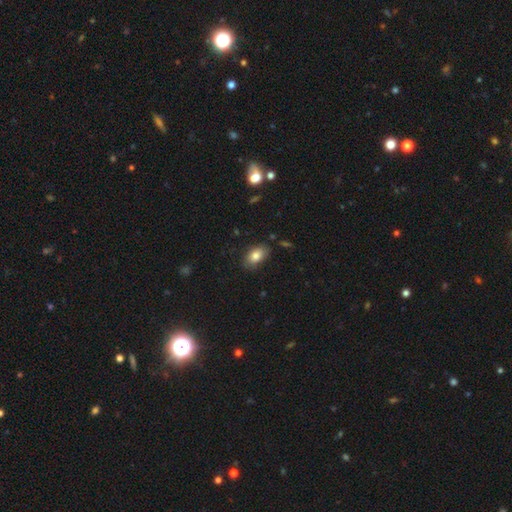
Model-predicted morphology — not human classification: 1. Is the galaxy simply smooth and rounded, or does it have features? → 82% smooth, 10% featured or disk, 8% star or artifact.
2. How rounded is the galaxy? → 89% in between, 9% round, 2% cigar-shaped.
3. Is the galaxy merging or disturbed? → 79% none, 16% minor disturbance, 3% major disturbance, 2% merger.